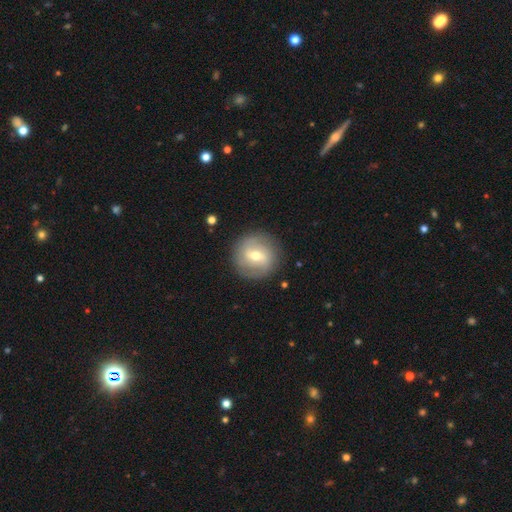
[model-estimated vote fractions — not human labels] The model was most divided on "smooth or featured": featured or disk: 56%, smooth: 37%, star or artifact: 7%. More confident: edge-on disk — no (96%); merging — none (87%); spiral arms — yes (68%); bulge size — moderate (68%); bar — weak (54%).